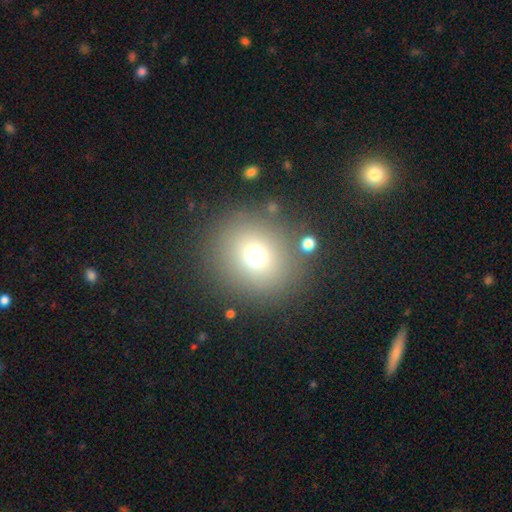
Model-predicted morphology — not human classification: smooth_or_featured: smooth (p=0.71) [alt: star or artifact p=0.18]
how_rounded: round (p=0.84) [alt: in between p=0.15]
merging: none (p=0.83) [alt: minor disturbance p=0.08]